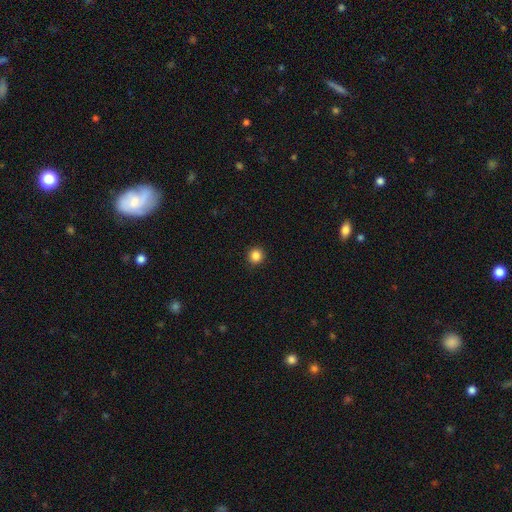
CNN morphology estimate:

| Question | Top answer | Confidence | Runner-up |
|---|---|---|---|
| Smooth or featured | smooth | 85% | star or artifact (11%) |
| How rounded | round | 94% | in between (5%) |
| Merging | none | 92% | minor disturbance (5%) |